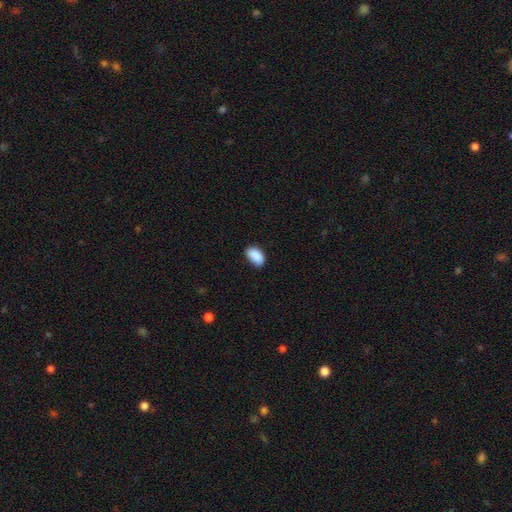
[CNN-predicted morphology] type=smooth (89%); roundness=in between (93%); merging=none (76%).